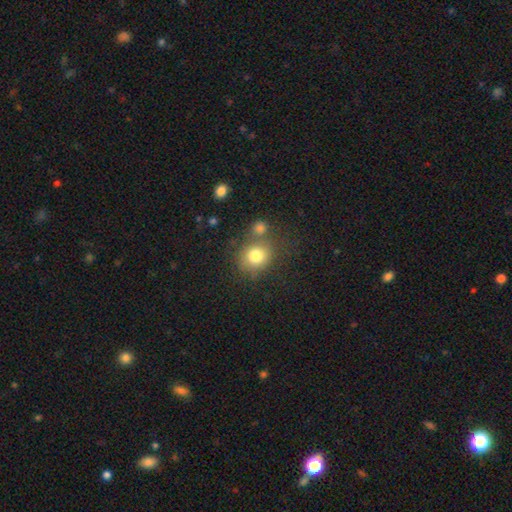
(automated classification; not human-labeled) Smooth or featured? Predicted: smooth (p=0.79). How rounded? Predicted: round (p=0.79). Merging? Predicted: none (p=0.61).